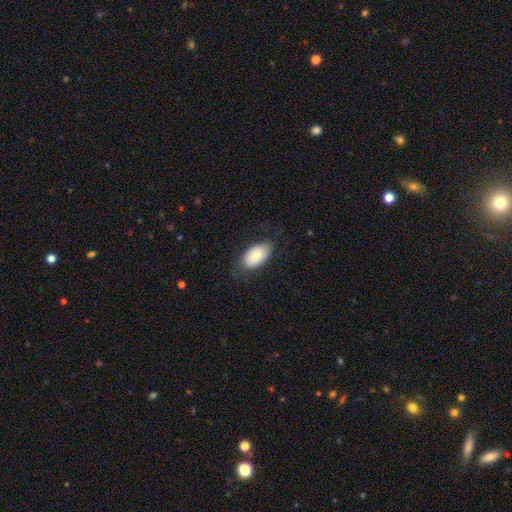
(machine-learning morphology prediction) smooth 77%, featured or disk 16%, star or artifact 7%. Down the decision tree: how rounded — in between (94%); merging — none (76%).